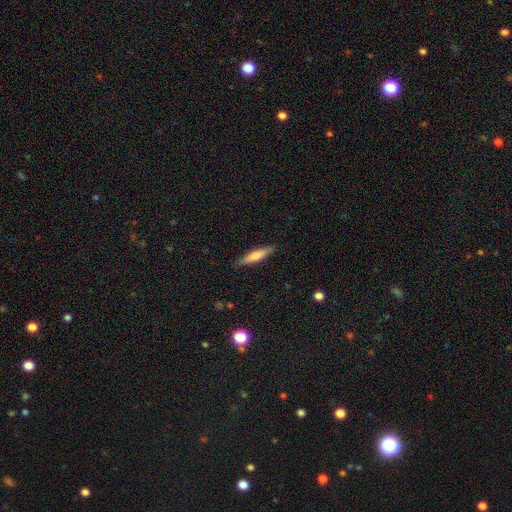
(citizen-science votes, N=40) smooth_or_featured: smooth (p=0.70) [alt: featured or disk p=0.23]
how_rounded: cigar-shaped (p=0.89) [alt: in between p=0.11]
merging: none (p=0.97) [alt: minor disturbance p=0.03]